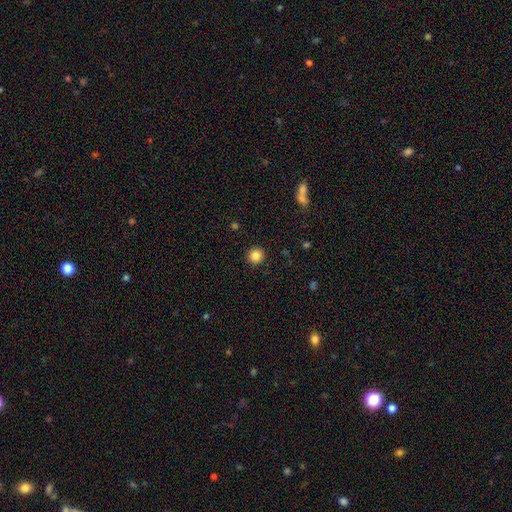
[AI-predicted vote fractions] A smooth galaxy with no disk features (85%) that is round (94%).

Vote fractions:
- Smooth or featured? smooth: 85% / star or artifact: 11% / featured or disk: 4%
- How rounded? round: 94% / in between: 5% / cigar-shaped: 1%
- Merging? none: 92% / minor disturbance: 5% / major disturbance: 2% / merger: 1%